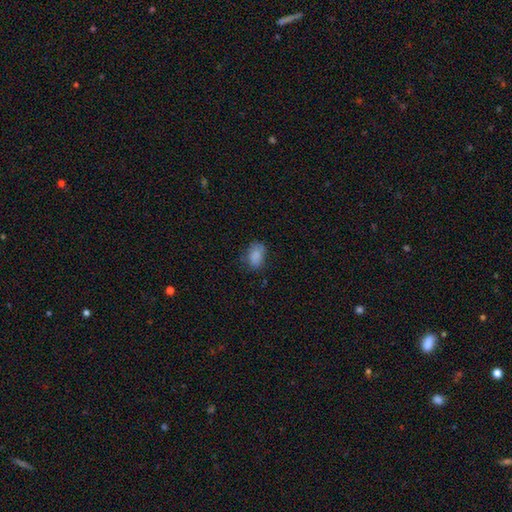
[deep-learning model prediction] Overall: smooth (84%). How rounded: in between (81%). Merging: none (66%).